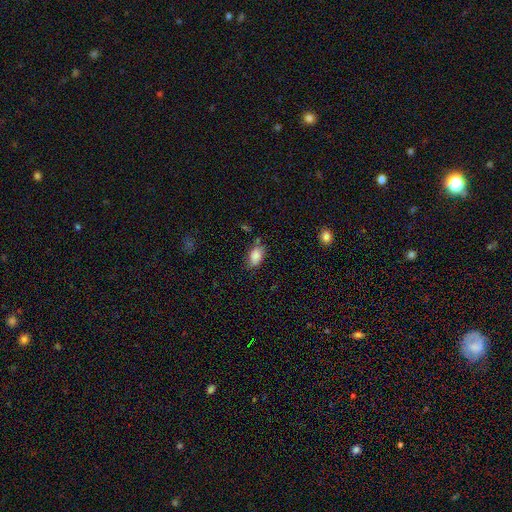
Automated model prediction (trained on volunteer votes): A smooth galaxy with no disk features (84%) that is in between round and cigar-shaped (89%). Merging: none (64%).